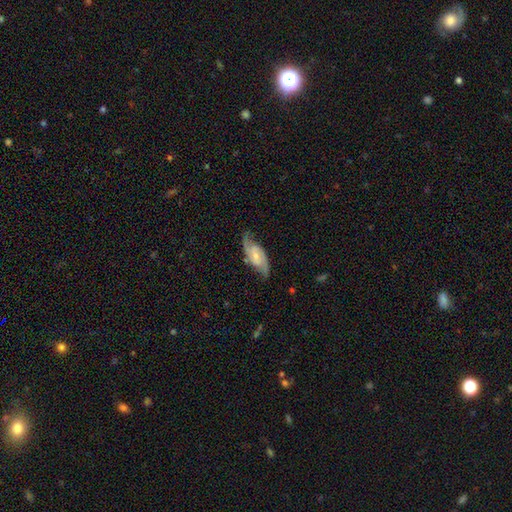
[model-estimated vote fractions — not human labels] This appears to be a featured or disk galaxy (76%) with a weak bar (43%, tied with no), 2 (88%) medium (45%) spiral arms (94%) and a small central bulge (58%). Merging: none (71%).